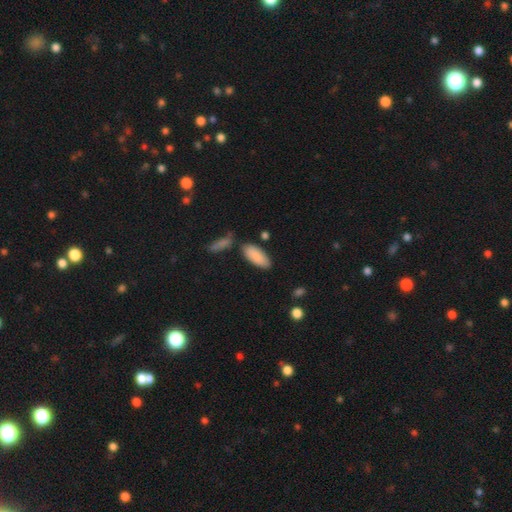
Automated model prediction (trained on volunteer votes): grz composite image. It shows a smooth galaxy with no disk features (88%) that is in between round and cigar-shaped (81%). Merging: none (74%).